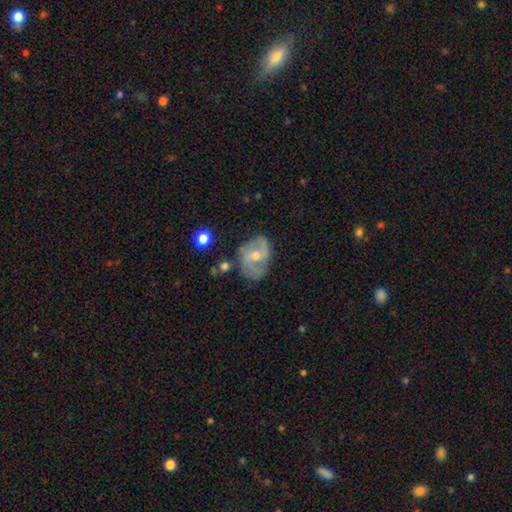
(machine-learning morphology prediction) A featured or disk galaxy (74%) with no bar (45%), 2 (73%) medium (43%) spiral arms (85%) and a moderate central bulge (52%). Merging: none (67%).